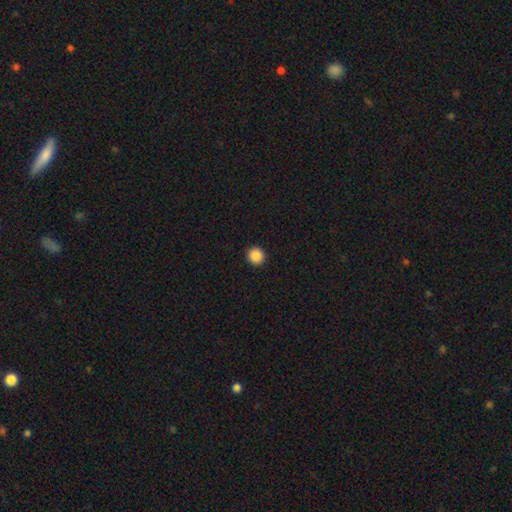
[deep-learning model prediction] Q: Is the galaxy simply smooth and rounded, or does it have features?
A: smooth — 87%.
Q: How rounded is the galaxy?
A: round — 93%.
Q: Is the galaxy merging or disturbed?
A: none — 93%.